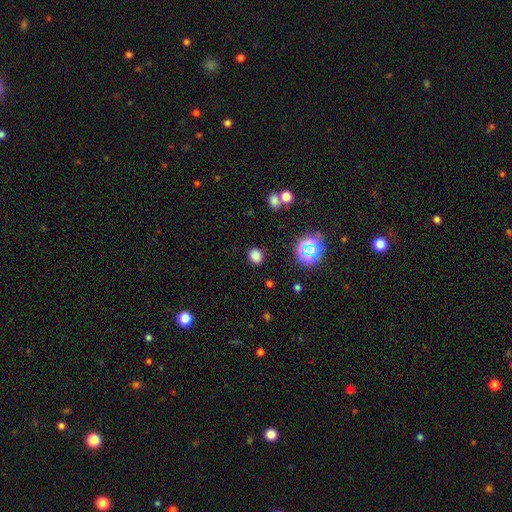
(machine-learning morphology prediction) smooth-or-featured: smooth: 79% | star or artifact: 17% | featured or disk: 4%
  how-rounded: round: 67% | in between: 32% | cigar-shaped: 1%
  merging: none: 86% | minor disturbance: 9% | major disturbance: 3% | merger: 2%